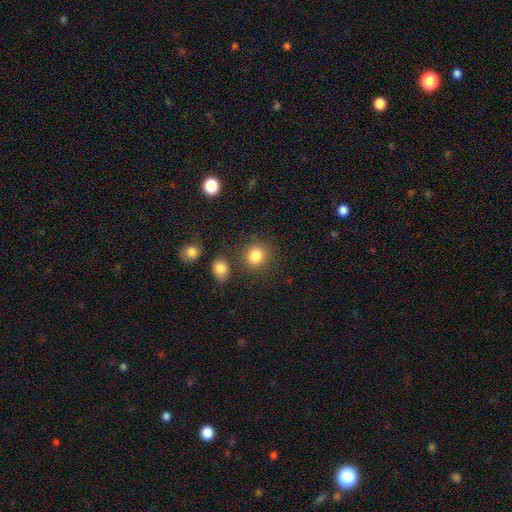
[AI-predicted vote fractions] smooth 84%, star or artifact 11%, featured or disk 5%. Down the decision tree: how rounded — round (87%); merging — none (81%).